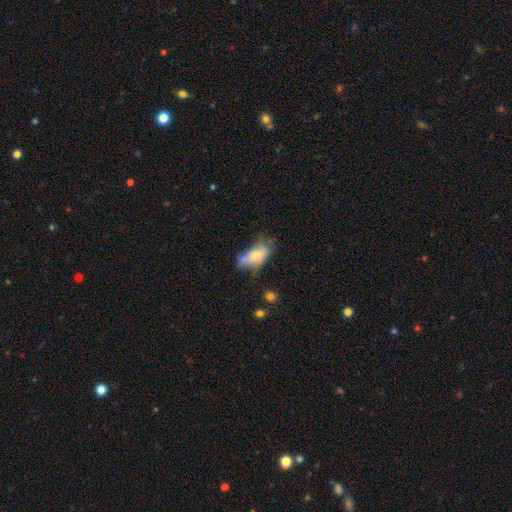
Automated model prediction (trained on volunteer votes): This appears to be a smooth galaxy with no disk features (71%) that is in between round and cigar-shaped (89%). Merging: none (39%).